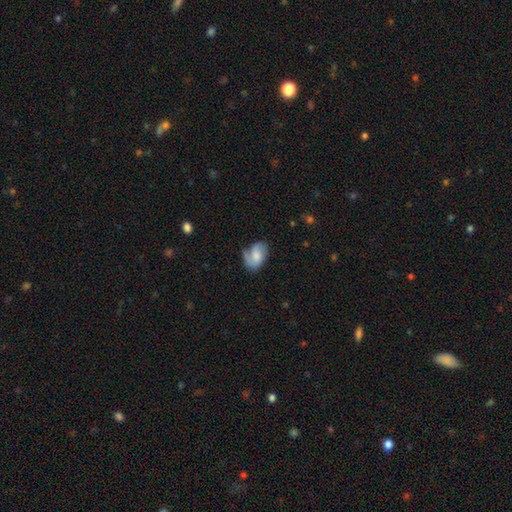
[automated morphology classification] Smooth or featured: smooth — 49% (featured or disk — 43%)
Merging: none — 48% (minor disturbance — 30%)